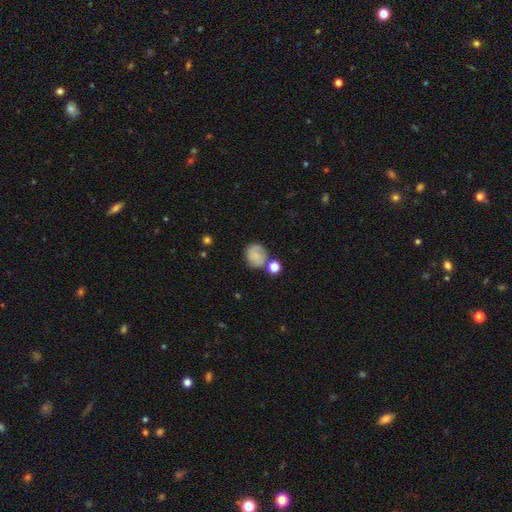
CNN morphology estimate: smooth 67%, featured or disk 23%, star or artifact 11%. Down the decision tree: how rounded — round (72%); merging — none (60%).